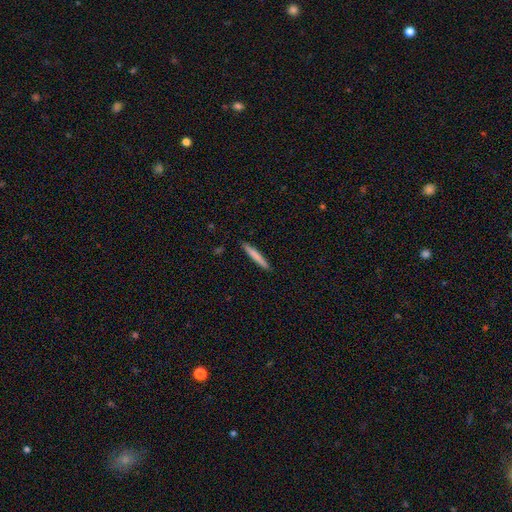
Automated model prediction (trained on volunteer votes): Morphology: type=smooth (76%); roundness=cigar-shaped (96%); merging=none (91%).